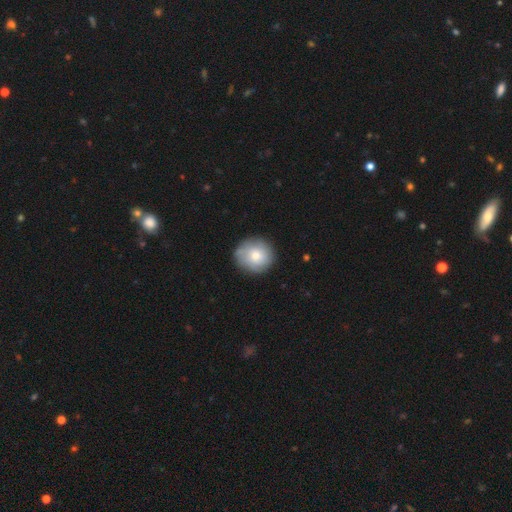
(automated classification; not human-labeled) A smooth galaxy with no disk features (72%) that is round (89%).

Vote fractions:
- Smooth or featured? smooth: 72% / featured or disk: 21% / star or artifact: 7%
- How rounded? round: 89% / in between: 10% / cigar-shaped: 1%
- Merging? none: 80% / minor disturbance: 15% / major disturbance: 4% / merger: 1%